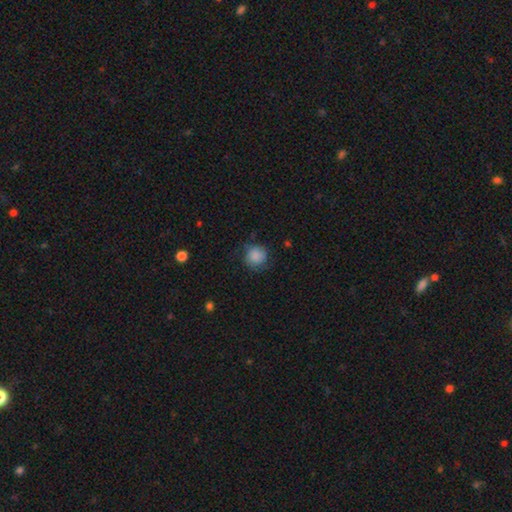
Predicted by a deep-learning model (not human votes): A smooth galaxy with no disk features (84%) that is round (89%).

Vote fractions:
- Smooth or featured? smooth: 84% / featured or disk: 8% / star or artifact: 8%
- How rounded? round: 89% / in between: 11% / cigar-shaped: 1%
- Merging? none: 73% / minor disturbance: 19% / major disturbance: 7% / merger: 1%